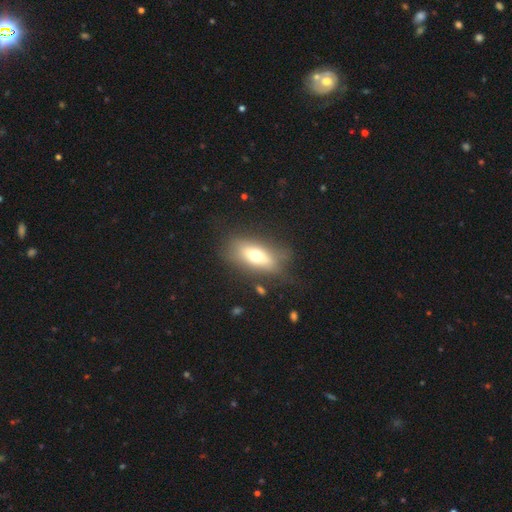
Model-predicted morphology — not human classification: A smooth galaxy with no disk features (60%) that is in between round and cigar-shaped (76%).

Vote fractions:
- Smooth or featured? smooth: 60% / featured or disk: 32% / star or artifact: 8%
- How rounded? in between: 76% / cigar-shaped: 19% / round: 5%
- Merging? none: 66% / minor disturbance: 20% / major disturbance: 11% / merger: 3%